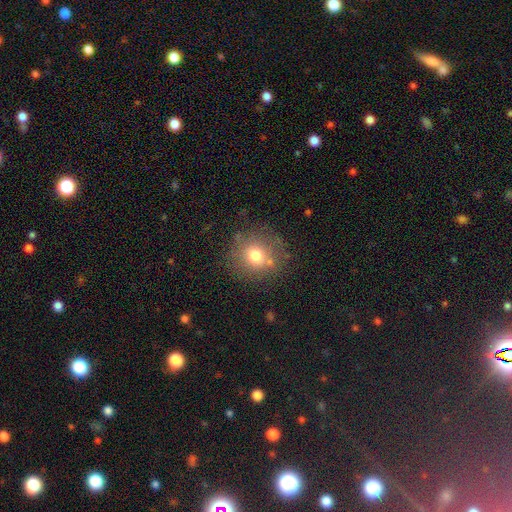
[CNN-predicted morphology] A smooth galaxy with no disk features (73%) that is round (88%). Merging: none (78%).